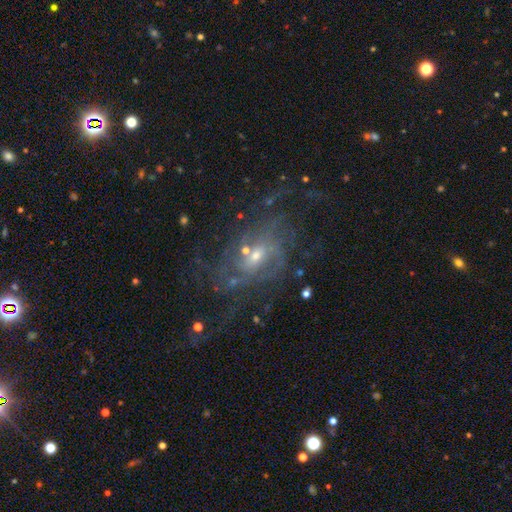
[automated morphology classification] The model was most divided on "spiral winding": medium: 42%, tight: 33%, loose: 25%. Remaining: edge-on disk — no (96%); spiral arms — yes (85%); smooth or featured — featured or disk (79%); bulge size — small (60%); bar — no (54%); merging — none (54%); spiral arm count — can't tell (39%).